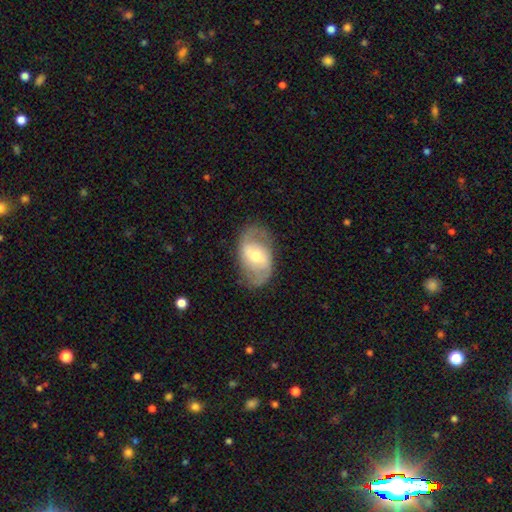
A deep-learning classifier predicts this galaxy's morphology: A featured or disk galaxy (68%) with a weak bar (46%), spiral arms (76%) and a moderate central bulge (64%). Merging: none (75%).